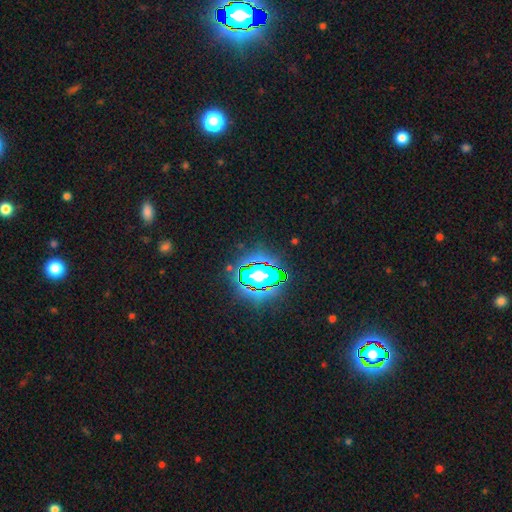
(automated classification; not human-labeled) Smooth or featured? Predicted: star or artifact (p=0.82).